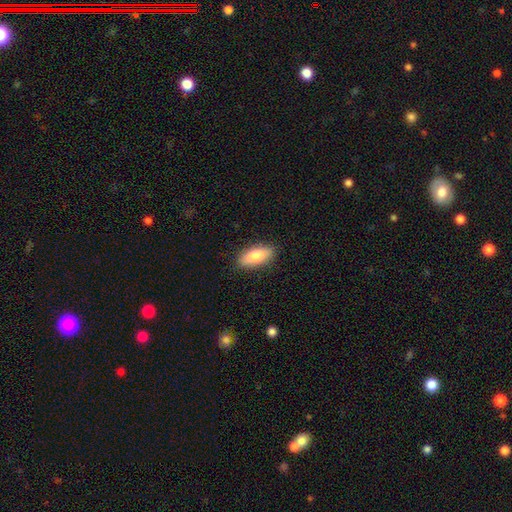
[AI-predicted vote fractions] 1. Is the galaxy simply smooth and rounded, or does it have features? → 79% smooth, 15% featured or disk, 6% star or artifact.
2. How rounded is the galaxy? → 81% in between, 17% cigar-shaped, 3% round.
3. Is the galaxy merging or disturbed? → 88% none, 9% minor disturbance, 2% major disturbance, 1% merger.